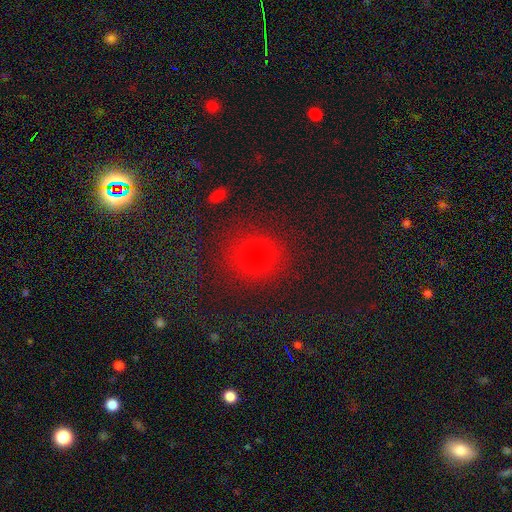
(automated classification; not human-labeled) A smooth galaxy with no disk features (76%) that is round (87%).

Vote fractions:
- Smooth or featured? smooth: 76% / star or artifact: 17% / featured or disk: 6%
- How rounded? round: 87% / in between: 11% / cigar-shaped: 1%
- Merging? none: 85% / minor disturbance: 9% / major disturbance: 4% / merger: 3%